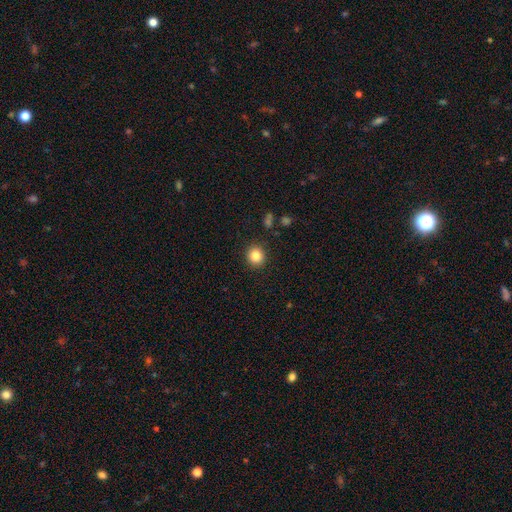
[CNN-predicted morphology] Smooth or featured: smooth — 85% (star or artifact — 10%)
How rounded: round — 87% (in between — 12%)
Merging: none — 90% (minor disturbance — 6%)